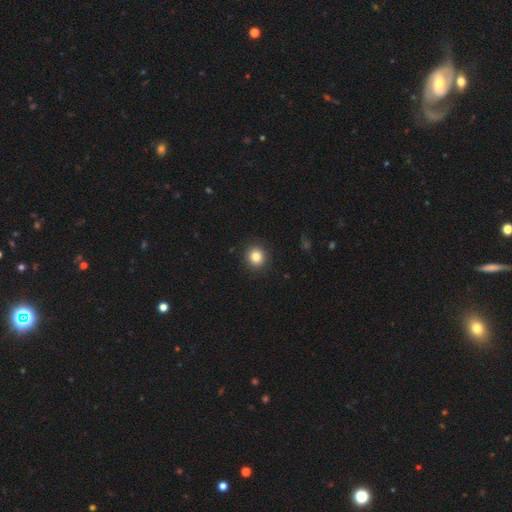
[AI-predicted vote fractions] smooth_or_featured: smooth (p=0.83) [alt: star or artifact p=0.11]
how_rounded: round (p=0.91) [alt: in between p=0.08]
merging: none (p=0.91) [alt: minor disturbance p=0.06]